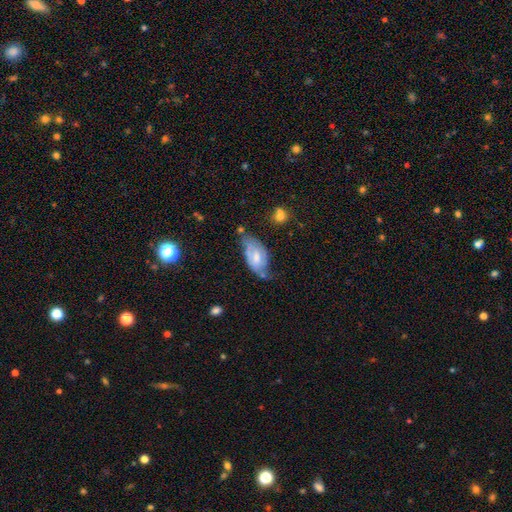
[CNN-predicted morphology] smooth_or_featured: featured or disk (p=0.51) [alt: smooth p=0.42]
disk_edge_on: no (p=0.90) [alt: yes p=0.10]
merging: none (p=0.38) [alt: minor disturbance p=0.35]